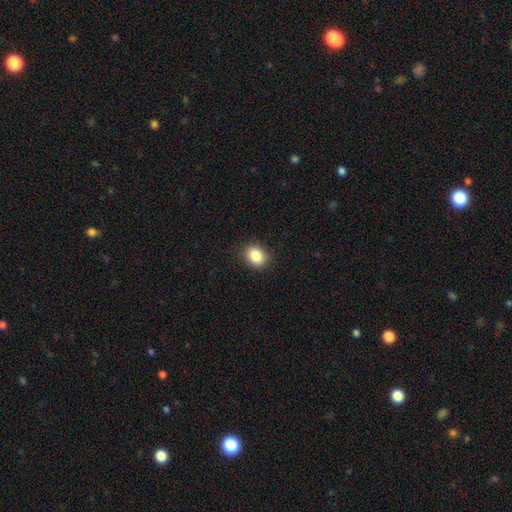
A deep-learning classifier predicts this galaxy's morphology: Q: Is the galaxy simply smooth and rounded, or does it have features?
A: smooth — 86%.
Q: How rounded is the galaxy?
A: in between — 51%.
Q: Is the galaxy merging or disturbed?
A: none — 87%.